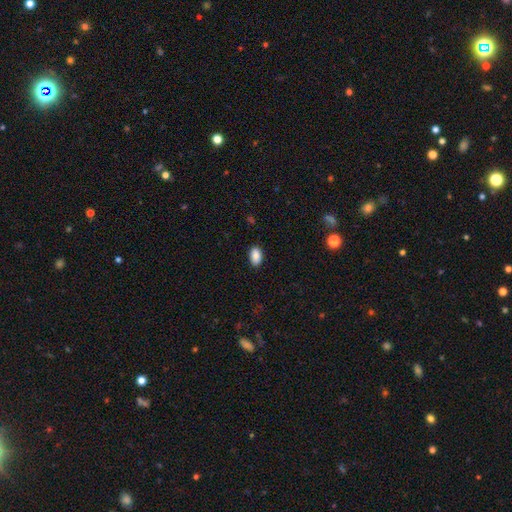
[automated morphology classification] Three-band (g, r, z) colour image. It shows a smooth galaxy with no disk features (89%) that is in between round and cigar-shaped (93%). Merging: none (88%).